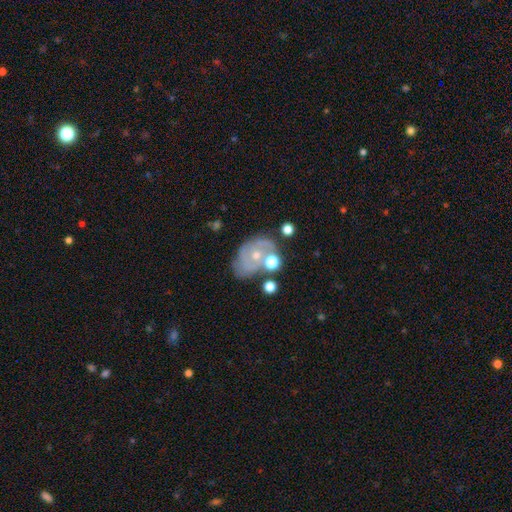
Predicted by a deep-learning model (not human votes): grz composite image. It shows a featured or disk galaxy (64%) with no bar (81%), spiral arms (73%) and a small central bulge (61%). Merging: none (50%).